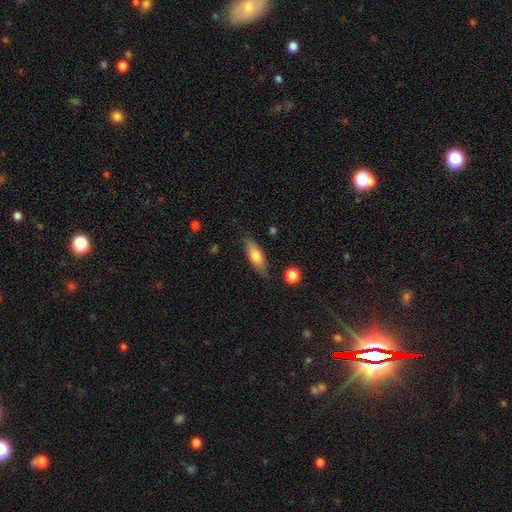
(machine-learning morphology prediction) Smooth or featured? Predicted: smooth (p=0.70). How rounded? Predicted: in between (p=0.60). Merging? Predicted: none (p=0.79).